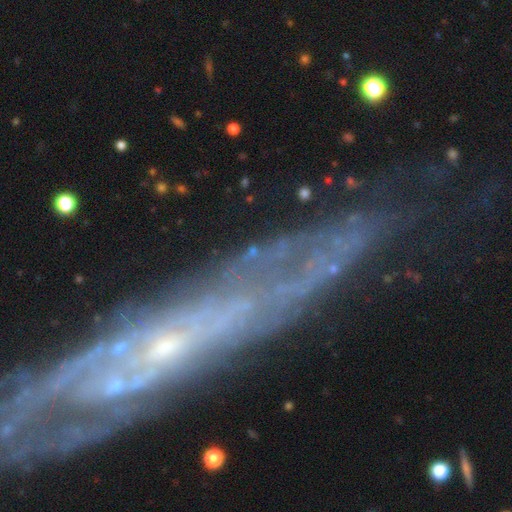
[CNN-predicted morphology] This is likely a featured or disk galaxy (61%). It is possibly viewed edge-on (52%). Merging: likely none (71%).